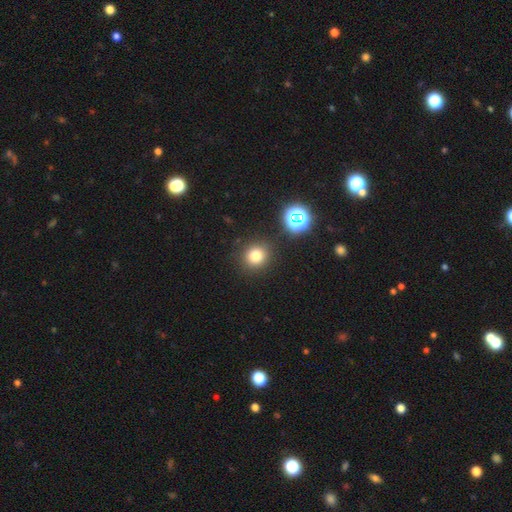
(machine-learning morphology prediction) This appears to be a smooth galaxy with no disk features (76%) that is round (88%). Merging: none (86%).